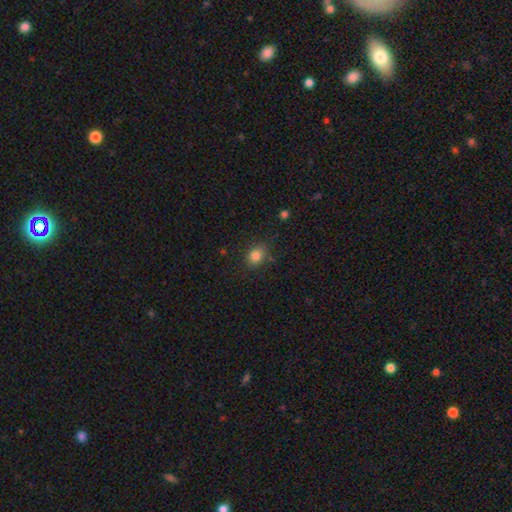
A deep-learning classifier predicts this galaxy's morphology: Smooth or featured? smooth (83%)
How rounded? in between (53%)
Merging? none (79%)